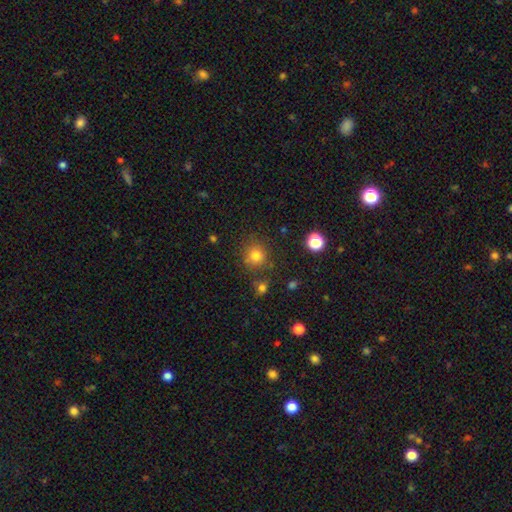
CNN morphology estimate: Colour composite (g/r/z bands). It shows a smooth galaxy with no disk features (79%) that is round (89%). Merging: none (78%).